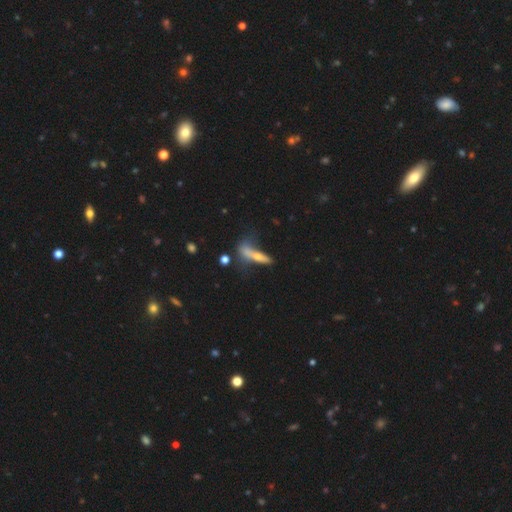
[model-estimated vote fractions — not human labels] smooth_or_featured: smooth (p=0.55) [alt: featured or disk p=0.36]
how_rounded: cigar-shaped (p=0.75) [alt: in between p=0.22]
merging: none (p=0.33) [alt: major disturbance p=0.28]